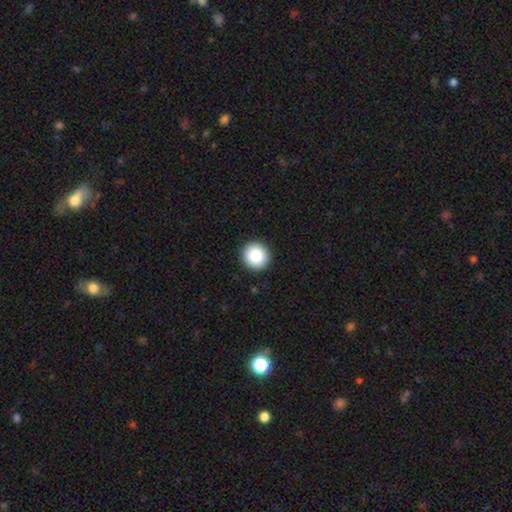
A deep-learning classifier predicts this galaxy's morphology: type=smooth (86%); roundness=round (94%); merging=none (93%).